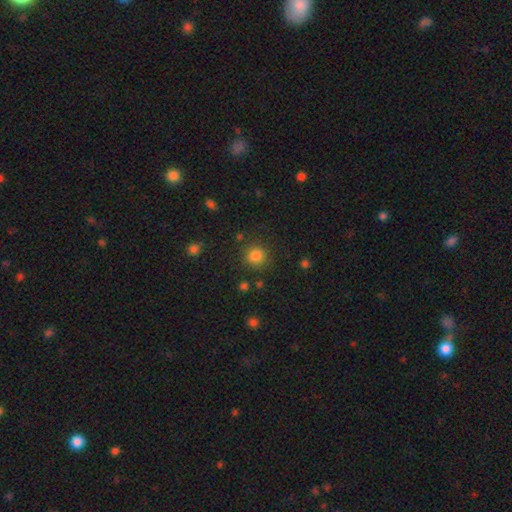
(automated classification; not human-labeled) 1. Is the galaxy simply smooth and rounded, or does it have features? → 83% smooth, 13% star or artifact, 4% featured or disk.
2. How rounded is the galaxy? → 90% round, 9% in between, 1% cigar-shaped.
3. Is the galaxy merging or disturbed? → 84% none, 9% minor disturbance, 4% major disturbance, 3% merger.